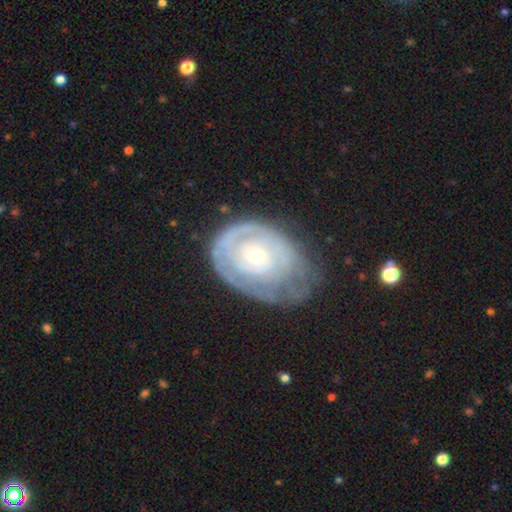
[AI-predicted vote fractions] Smooth or featured? Predicted: featured or disk (p=0.72). Edge-on disk? Predicted: no (p=0.96). Bar? Predicted: no (p=0.81). Spiral arms? Predicted: yes (p=0.69). Bulge size? Predicted: small (p=0.65). Merging? Predicted: none (p=0.50).